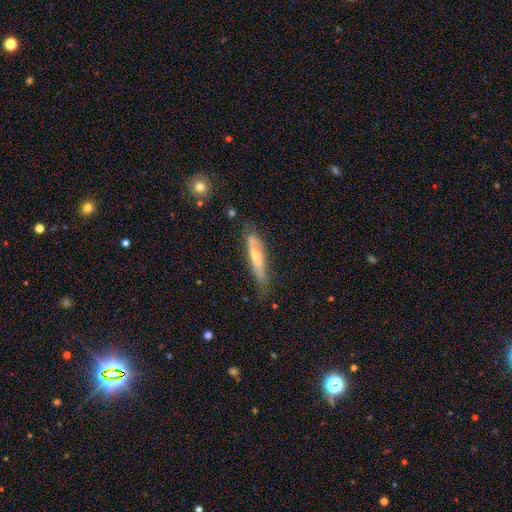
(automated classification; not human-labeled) Smooth or featured: featured or disk — 52% (smooth — 41%)
Edge-on disk: yes — 67% (no — 33%)
Merging: none — 59% (minor disturbance — 28%)